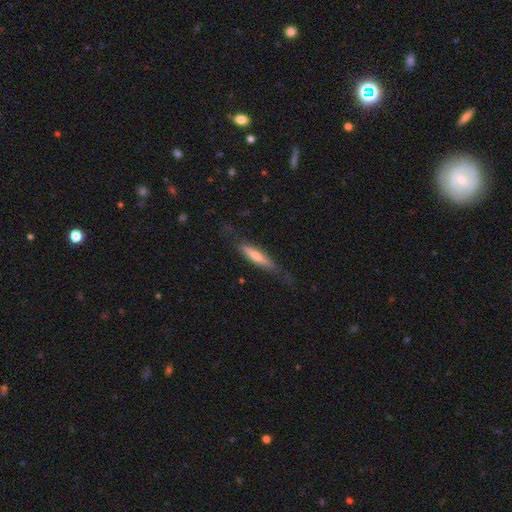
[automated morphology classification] Smooth or featured: smooth — 54% (featured or disk — 40%)
How rounded: cigar-shaped — 87% (in between — 12%)
Merging: none — 68% (minor disturbance — 22%)